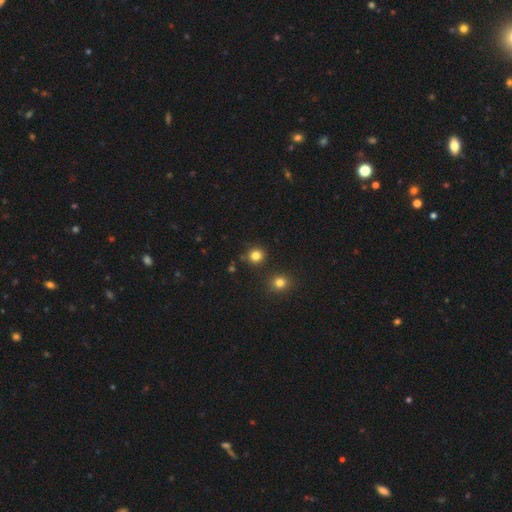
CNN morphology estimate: The model was most divided on "smooth or featured": smooth: 82%, star or artifact: 13%, featured or disk: 4%. More confident: how rounded — round (89%); merging — none (85%).